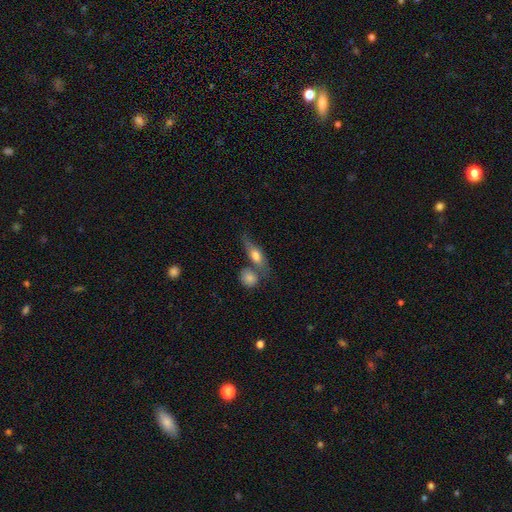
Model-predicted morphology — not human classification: smooth_or_featured: smooth (p=0.64) [alt: featured or disk p=0.29]
how_rounded: in between (p=0.63) [alt: cigar-shaped p=0.27]
merging: none (p=0.46) [alt: merger p=0.31]